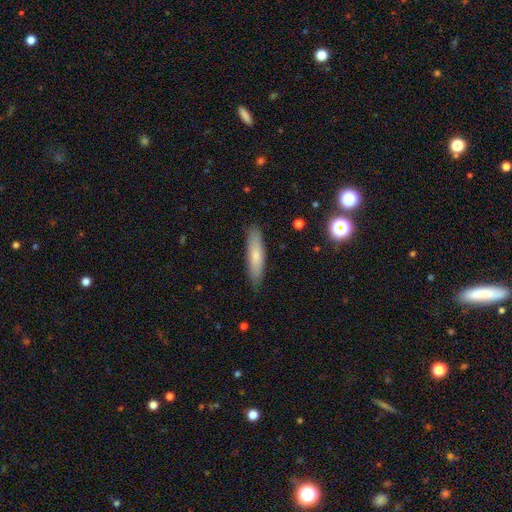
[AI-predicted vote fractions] The model was most divided on "smooth or featured": smooth: 73%, featured or disk: 21%, star or artifact: 7%. More confident: merging — none (87%); how rounded — cigar-shaped (77%).